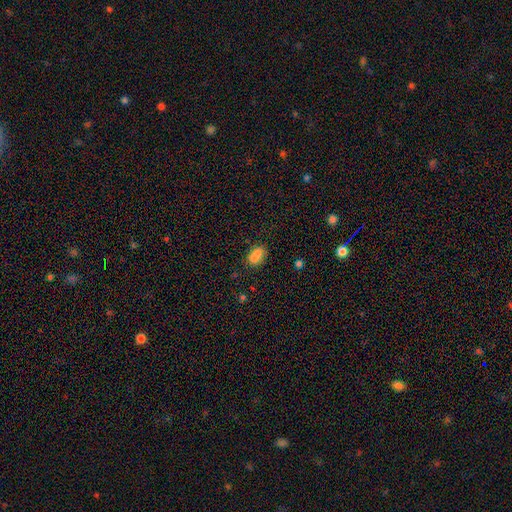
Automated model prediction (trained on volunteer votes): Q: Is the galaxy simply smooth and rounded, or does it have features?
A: smooth — 83%.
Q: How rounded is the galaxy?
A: in between — 85%.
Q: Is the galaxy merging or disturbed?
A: none — 68%.